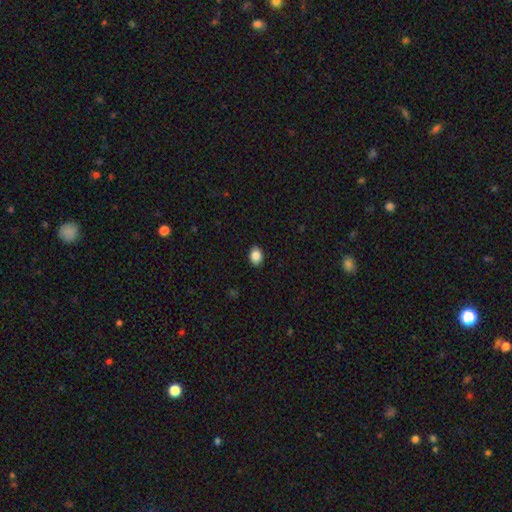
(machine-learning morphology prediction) smooth_or_featured: smooth (p=0.87) [alt: star or artifact p=0.08]
how_rounded: in between (p=0.72) [alt: round p=0.27]
merging: none (p=0.90) [alt: minor disturbance p=0.07]